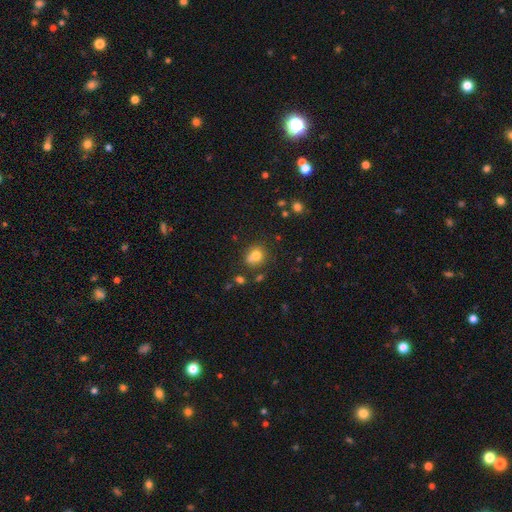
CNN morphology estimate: Overall: smooth (76%). How rounded: round (71%). Merging: none (58%; merger 20%).